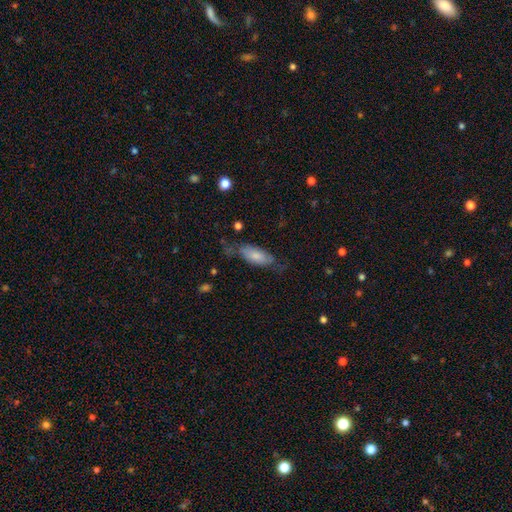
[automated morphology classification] A smooth galaxy with no disk features (69%) that is in between round and cigar-shaped (77%).

Vote fractions:
- Smooth or featured? smooth: 69% / featured or disk: 25% / star or artifact: 6%
- How rounded? in between: 77% / cigar-shaped: 21% / round: 2%
- Merging? none: 52% / minor disturbance: 29% / major disturbance: 16% / merger: 2%